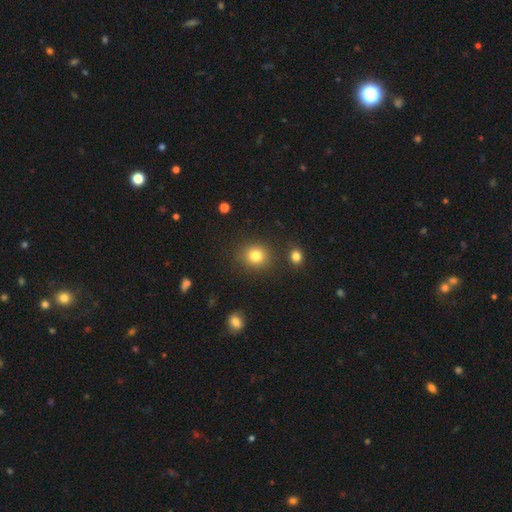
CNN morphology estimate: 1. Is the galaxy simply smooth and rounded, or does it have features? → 82% smooth, 12% star or artifact, 7% featured or disk.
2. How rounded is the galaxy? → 79% round, 20% in between, 1% cigar-shaped.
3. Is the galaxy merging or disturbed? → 84% none, 9% minor disturbance, 4% merger, 3% major disturbance.